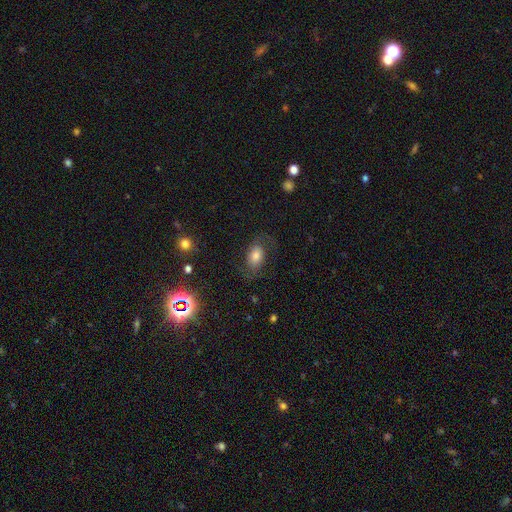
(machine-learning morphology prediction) type=smooth (61%); roundness=in between (84%); merging=none (64%).